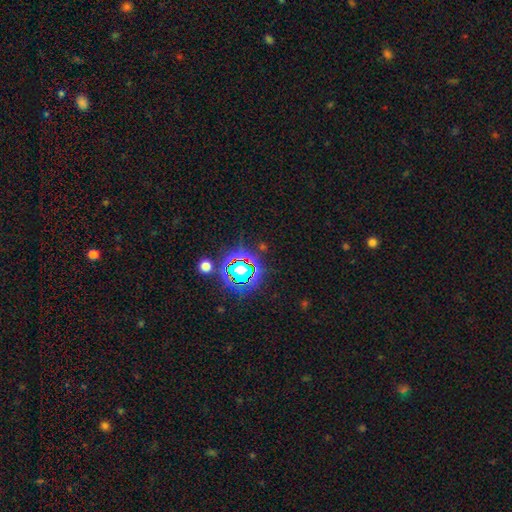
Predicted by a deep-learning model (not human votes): The model was most divided on "smooth or featured": star or artifact: 83%, smooth: 11%, featured or disk: 6%.